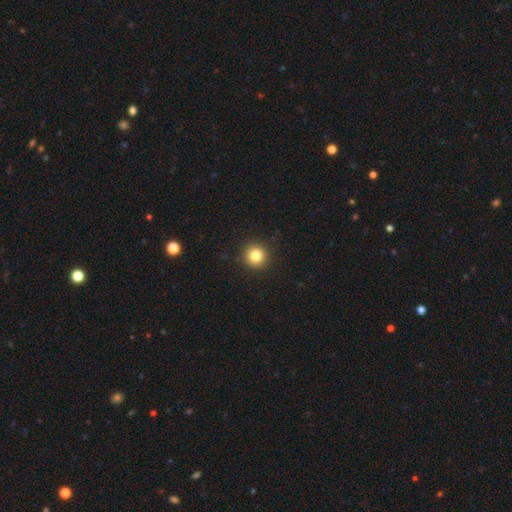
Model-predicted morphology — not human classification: This appears to be a smooth galaxy with no disk features (82%) that is round (95%). Merging: none (93%).